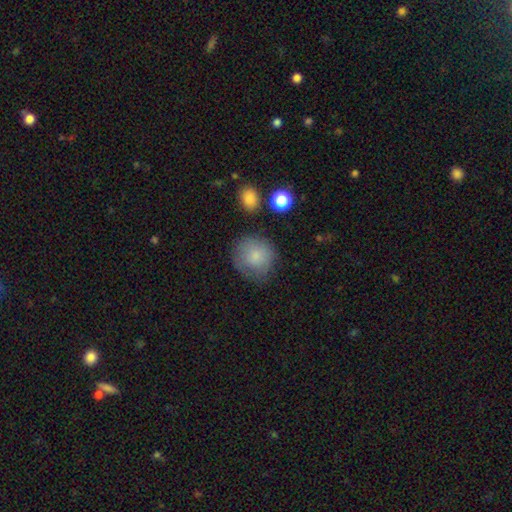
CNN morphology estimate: Q: Smooth or featured?
A: smooth (82%); runner-up: featured or disk (10%)
Q: How rounded?
A: round (89%); runner-up: in between (10%)
Q: Merging?
A: none (72%); runner-up: minor disturbance (19%)